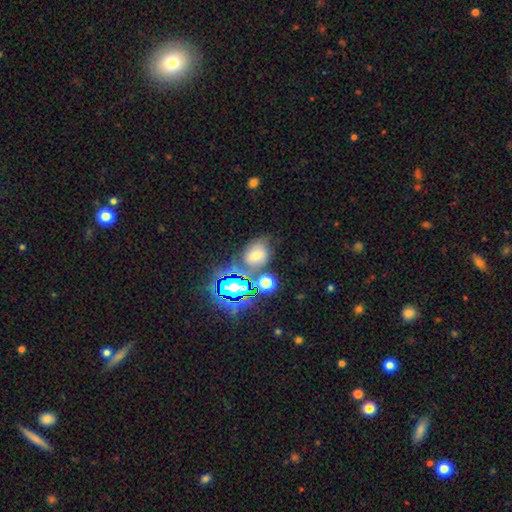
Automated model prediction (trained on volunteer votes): Morphology: type=smooth (45%); merging=none (58%).